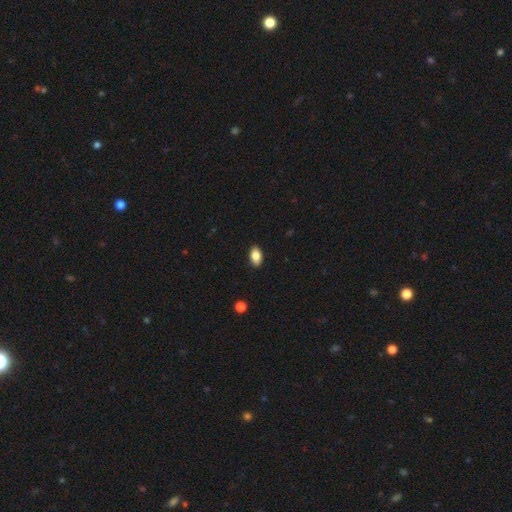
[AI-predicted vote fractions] A smooth galaxy with no disk features (85%) that is in between round and cigar-shaped (92%).

Vote fractions:
- Smooth or featured? smooth: 85% / star or artifact: 8% / featured or disk: 7%
- How rounded? in between: 92% / round: 5% / cigar-shaped: 3%
- Merging? none: 88% / minor disturbance: 9% / major disturbance: 2% / merger: 1%